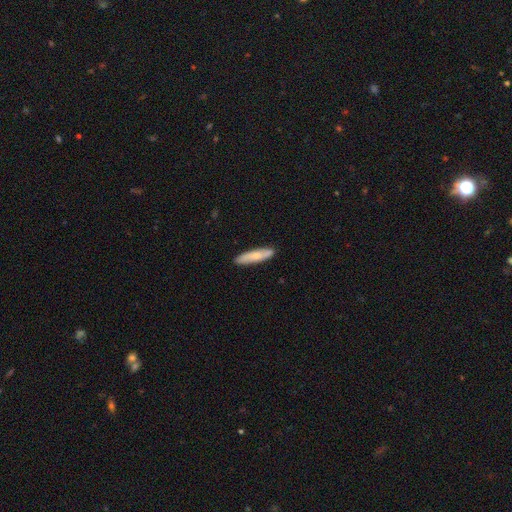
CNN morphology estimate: type=smooth (70%); roundness=cigar-shaped (81%); merging=none (86%).